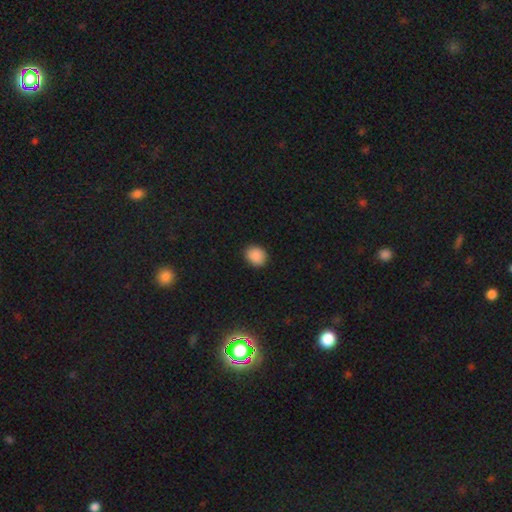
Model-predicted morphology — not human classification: Overall: smooth (88%). How rounded: round (61%; in between 38%). Merging: none (89%).